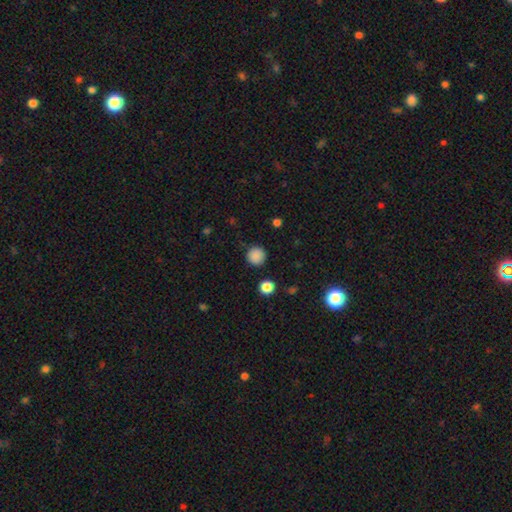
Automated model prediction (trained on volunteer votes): A smooth galaxy with no disk features (86%) that is round (95%).

Vote fractions:
- Smooth or featured? smooth: 86% / star or artifact: 11% / featured or disk: 3%
- How rounded? round: 95% / in between: 4% / cigar-shaped: 1%
- Merging? none: 88% / minor disturbance: 7% / major disturbance: 3% / merger: 2%